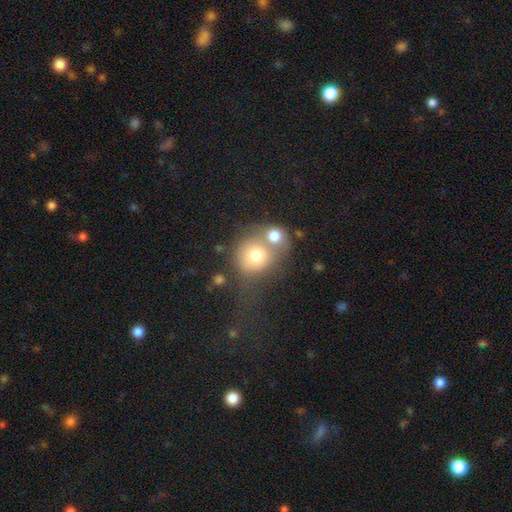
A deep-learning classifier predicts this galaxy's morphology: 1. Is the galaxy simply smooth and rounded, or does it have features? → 71% smooth, 18% featured or disk, 11% star or artifact.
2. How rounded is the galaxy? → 79% round, 20% in between, 1% cigar-shaped.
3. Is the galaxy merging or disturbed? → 52% merger, 29% none, 10% minor disturbance, 9% major disturbance.